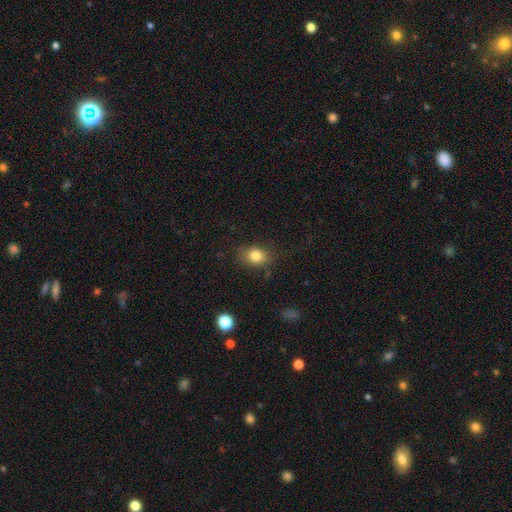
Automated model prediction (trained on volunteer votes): A smooth galaxy with no disk features (82%) that is in between round and cigar-shaped (70%). Merging: none (79%).